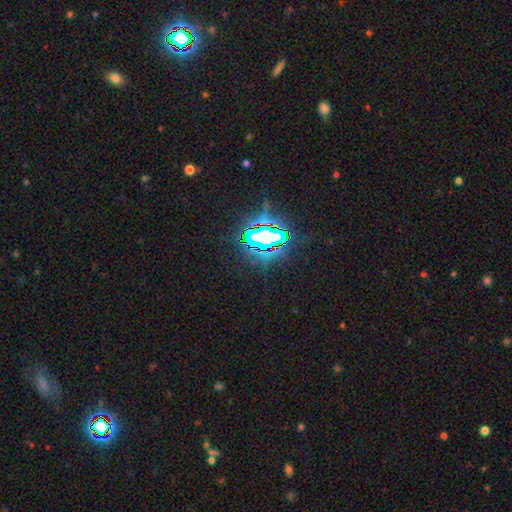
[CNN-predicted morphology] A star or artifact, not a galaxy (85%).